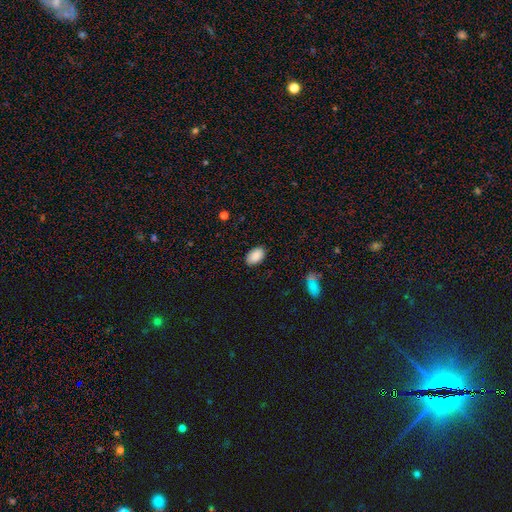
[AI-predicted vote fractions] Morphology: type=smooth (90%); roundness=in between (93%); merging=none (87%).